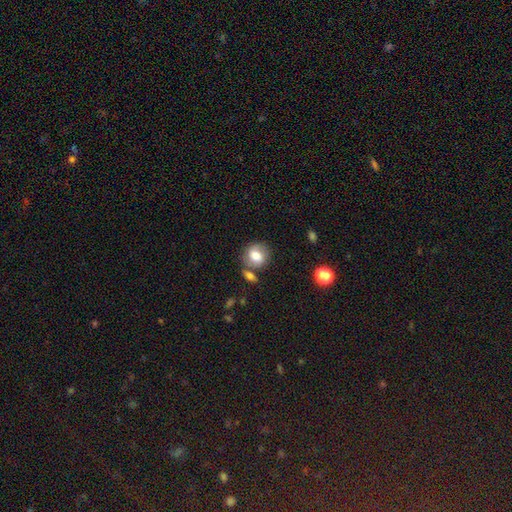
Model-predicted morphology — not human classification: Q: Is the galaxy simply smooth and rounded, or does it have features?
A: smooth — 71%.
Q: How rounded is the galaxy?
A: round — 70%.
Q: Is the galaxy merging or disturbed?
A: none — 63%.